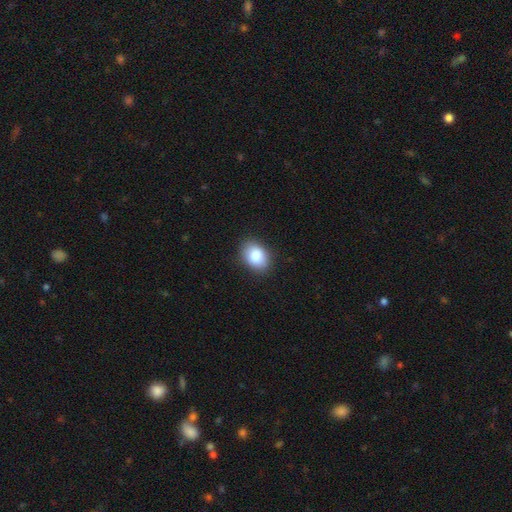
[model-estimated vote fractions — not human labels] Smooth or featured? Predicted: smooth (p=0.86). How rounded? Predicted: in between (p=0.78). Merging? Predicted: none (p=0.87).